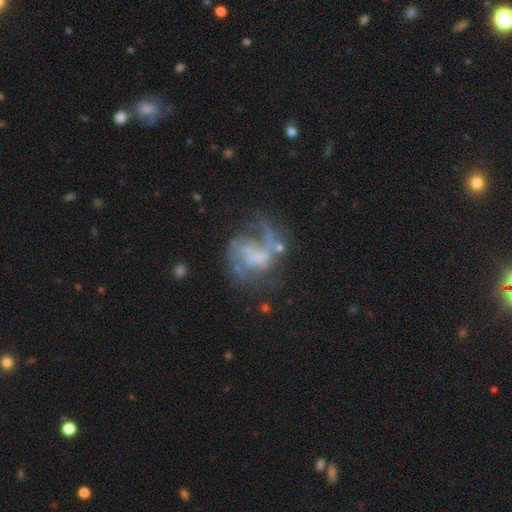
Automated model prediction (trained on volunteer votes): Smooth or featured: featured or disk — 75% (smooth — 15%)
Edge-on disk: no — 98% (yes — 2%)
Bar: no — 62% (weak — 29%)
Spiral arms: yes — 74% (no — 26%)
Spiral winding: loose — 49% (medium — 36%)
Spiral arm count: 1 — 37% (tied with 2 — 37%)
Bulge size: none — 62% (small — 16%)
Merging: none — 37% (tied with major disturbance — 37%)